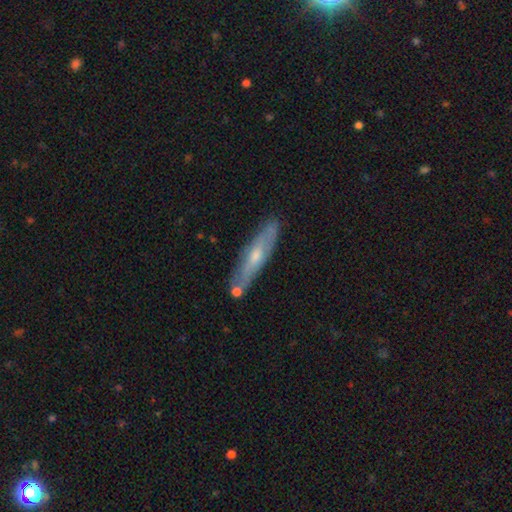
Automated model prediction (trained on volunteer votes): A featured or disk galaxy (55%) viewed edge-on (68%). Merging: none (78%).